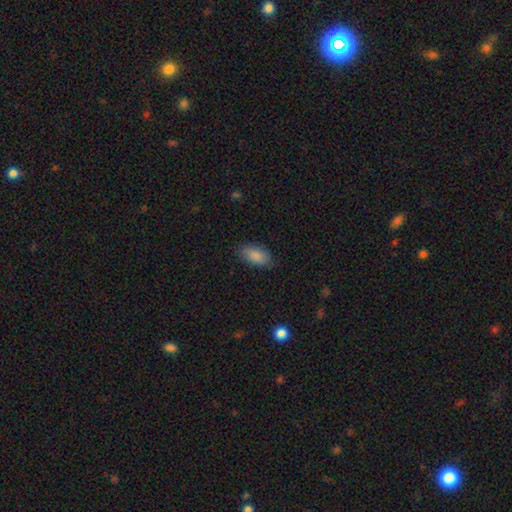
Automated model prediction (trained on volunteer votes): A smooth galaxy with no disk features (88%) that is in between round and cigar-shaped (92%).

Vote fractions:
- Smooth or featured? smooth: 88% / star or artifact: 7% / featured or disk: 5%
- How rounded? in between: 92% / cigar-shaped: 5% / round: 3%
- Merging? none: 84% / minor disturbance: 12% / major disturbance: 3% / merger: 1%